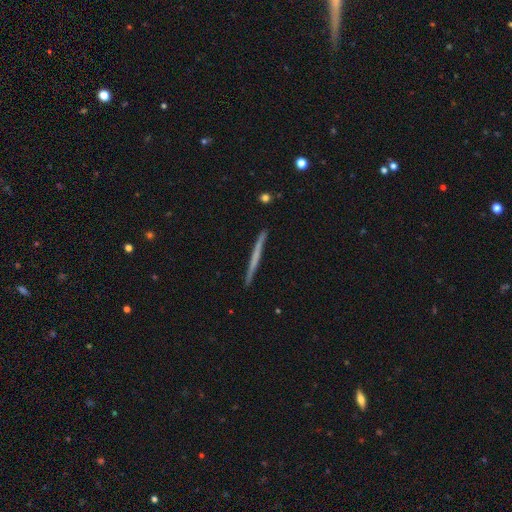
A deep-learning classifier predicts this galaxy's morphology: type=featured or disk (53%); edge-on=yes (98%); edge-on bulge=none (89%); merging=none (92%).